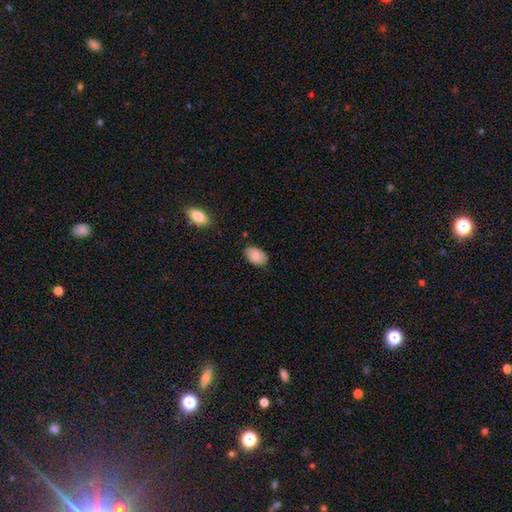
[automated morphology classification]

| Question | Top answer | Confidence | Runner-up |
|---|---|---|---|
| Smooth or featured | smooth | 84% | featured or disk (9%) |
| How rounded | in between | 92% | round (7%) |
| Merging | none | 81% | minor disturbance (15%) |